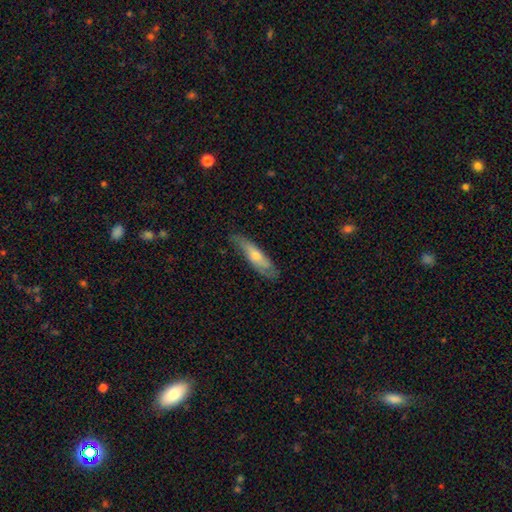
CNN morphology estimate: Smooth or featured?
  - smooth: 47% * (tied)
  - featured or disk: 47% * (tied)
  - star or artifact: 6%
Merging?
  - none: 73% *
  - minor disturbance: 21%
  - major disturbance: 5%
  - merger: 1%